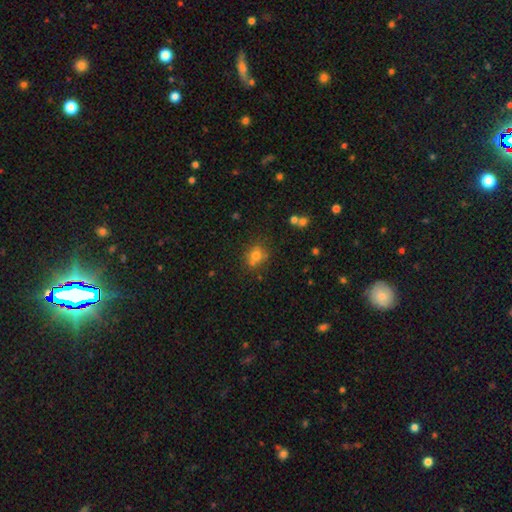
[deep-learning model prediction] A smooth galaxy with no disk features (74%) that is round (71%). Merging: none (62%).